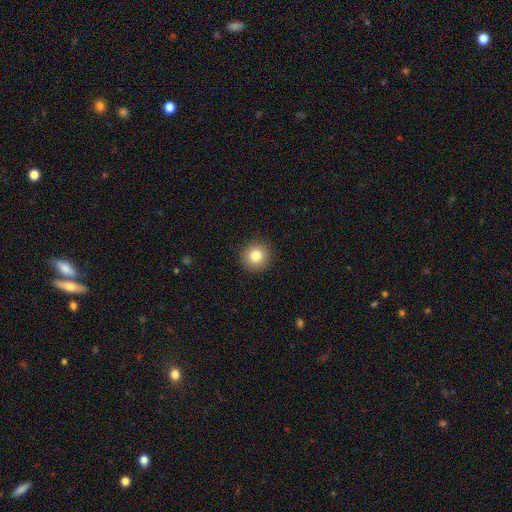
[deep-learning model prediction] Q: Smooth or featured?
A: smooth (83%); runner-up: star or artifact (10%)
Q: How rounded?
A: round (94%); runner-up: in between (5%)
Q: Merging?
A: none (92%); runner-up: minor disturbance (5%)